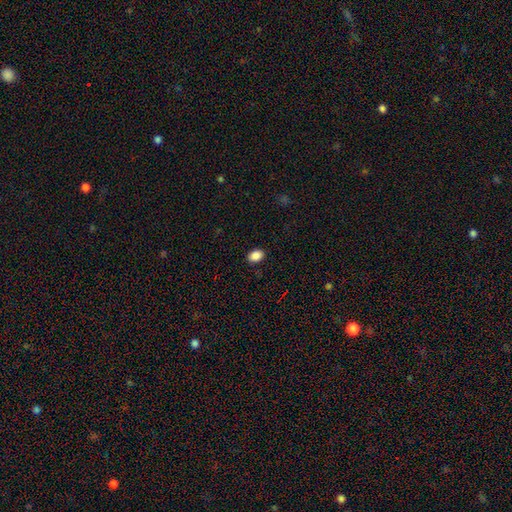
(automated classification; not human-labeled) This appears to be a smooth galaxy with no disk features (88%) that is in between round and cigar-shaped (80%). Merging: none (89%).